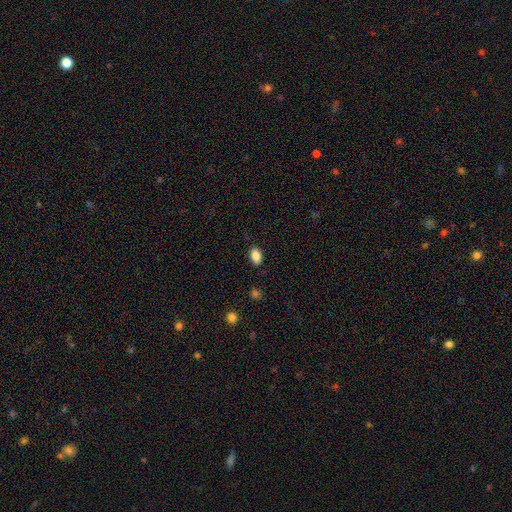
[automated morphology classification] This is clearly a smooth galaxy (86%). How rounded: clearly in between (88%). Merging: clearly none (86%).